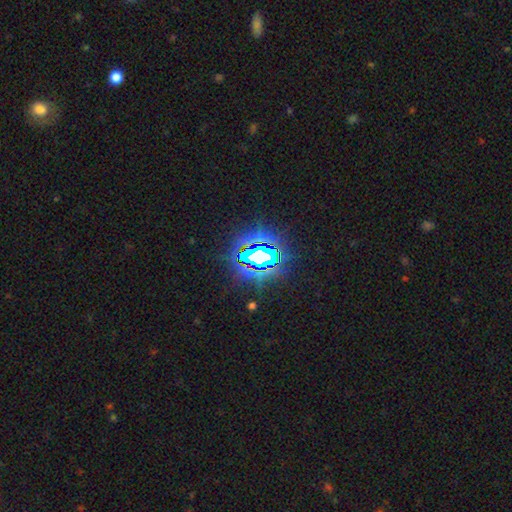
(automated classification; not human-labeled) Smooth or featured?
  - star or artifact: 79% *
  - smooth: 12%
  - featured or disk: 9%